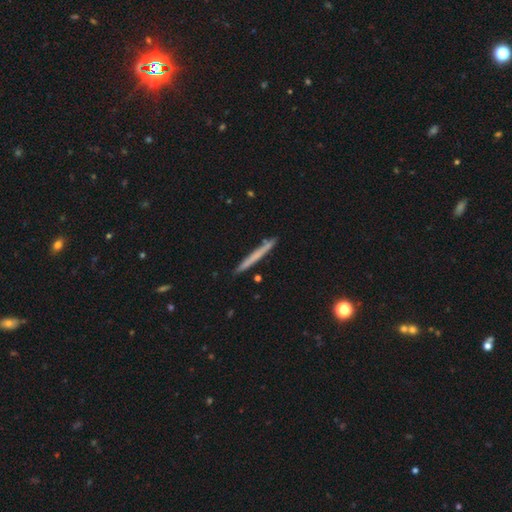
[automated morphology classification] This is possibly a smooth galaxy (55%). How rounded: clearly cigar-shaped (97%). Merging: clearly none (89%).